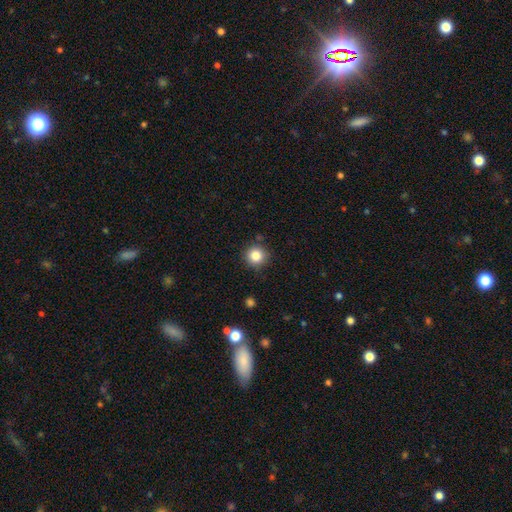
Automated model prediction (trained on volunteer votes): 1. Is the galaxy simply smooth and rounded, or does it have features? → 84% smooth, 11% star or artifact, 5% featured or disk.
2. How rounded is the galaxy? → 94% round, 5% in between, 1% cigar-shaped.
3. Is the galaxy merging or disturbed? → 88% none, 8% minor disturbance, 2% major disturbance, 2% merger.